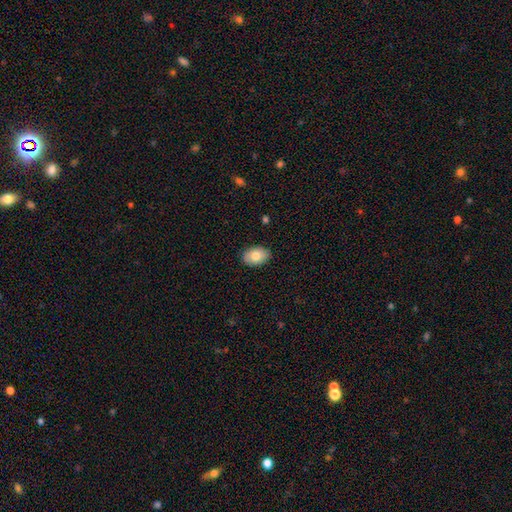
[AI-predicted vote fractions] Smooth or featured? Predicted: smooth (p=0.82). How rounded? Predicted: in between (p=0.86). Merging? Predicted: none (p=0.88).